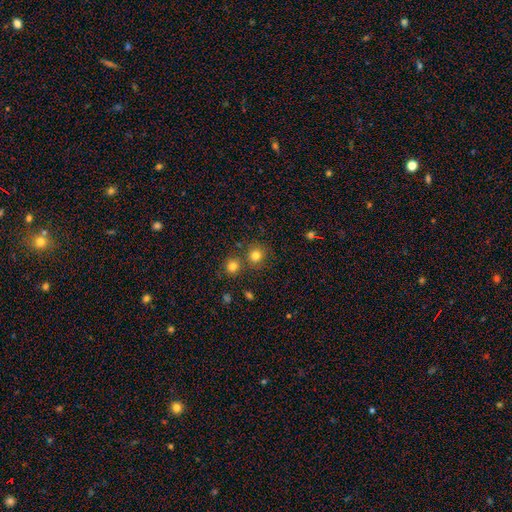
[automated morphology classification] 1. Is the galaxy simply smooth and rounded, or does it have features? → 79% smooth, 14% star or artifact, 7% featured or disk.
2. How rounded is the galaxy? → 90% round, 9% in between, 1% cigar-shaped.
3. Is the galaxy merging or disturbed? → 74% none, 16% merger, 8% minor disturbance, 3% major disturbance.